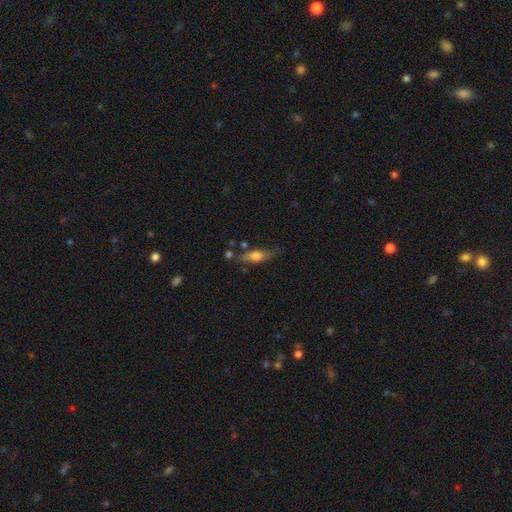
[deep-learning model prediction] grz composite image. It shows a smooth galaxy with no disk features (56%) that is in between round and cigar-shaped (55%). Merging: none (59%).